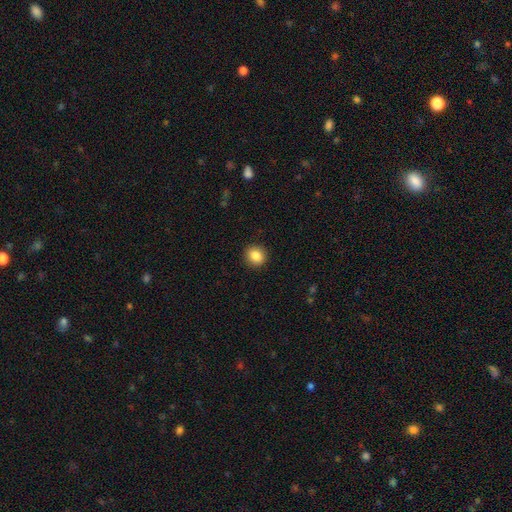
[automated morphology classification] A smooth galaxy with no disk features (86%) that is round (83%). Merging: none (92%).